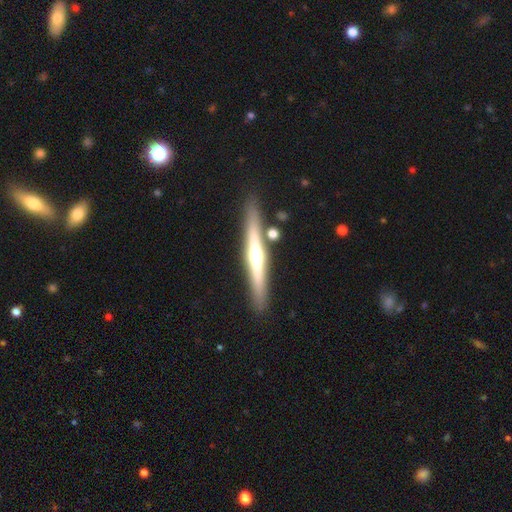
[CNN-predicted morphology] featured or disk 65%, smooth 29%, star or artifact 6%. Down the decision tree: edge-on disk — yes (97%); edge-on bulge — rounded (84%); merging — none (85%).